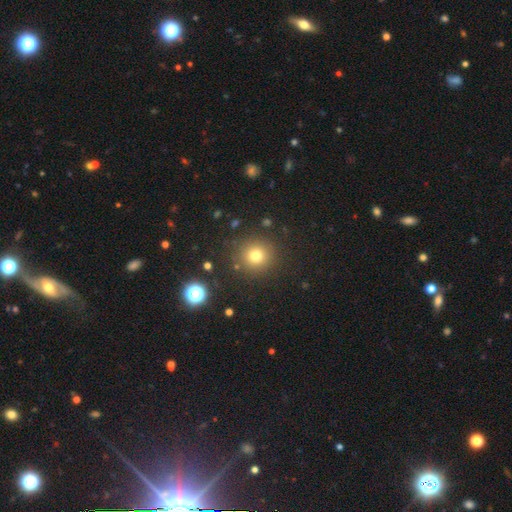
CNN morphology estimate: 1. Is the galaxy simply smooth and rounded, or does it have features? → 76% smooth, 16% star or artifact, 8% featured or disk.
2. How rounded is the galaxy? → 94% round, 5% in between, 1% cigar-shaped.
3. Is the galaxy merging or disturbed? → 88% none, 7% minor disturbance, 3% major disturbance, 2% merger.